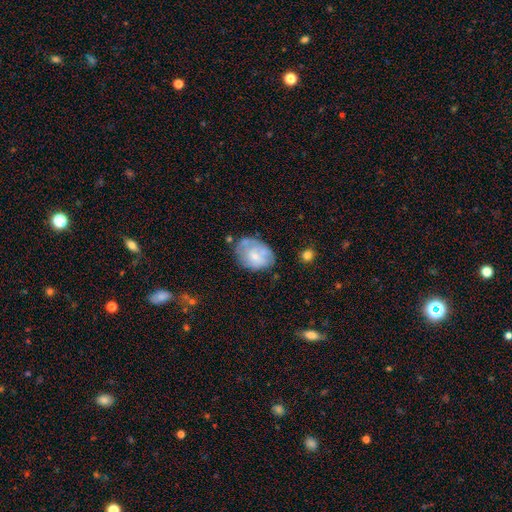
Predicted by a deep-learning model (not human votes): Morphology: type=smooth (49%); merging=none (51%).